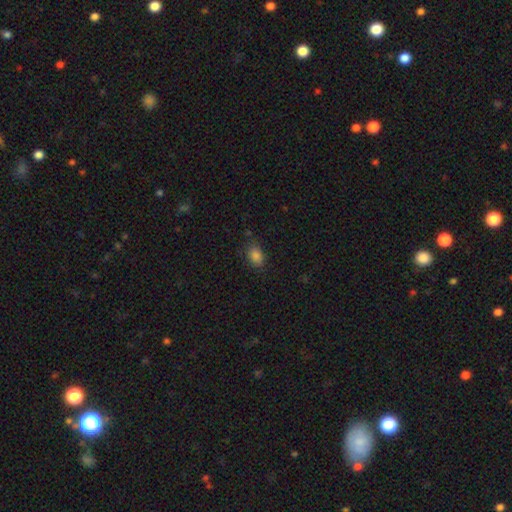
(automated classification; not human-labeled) Smooth or featured? smooth (84%)
How rounded? in between (78%)
Merging? none (80%)